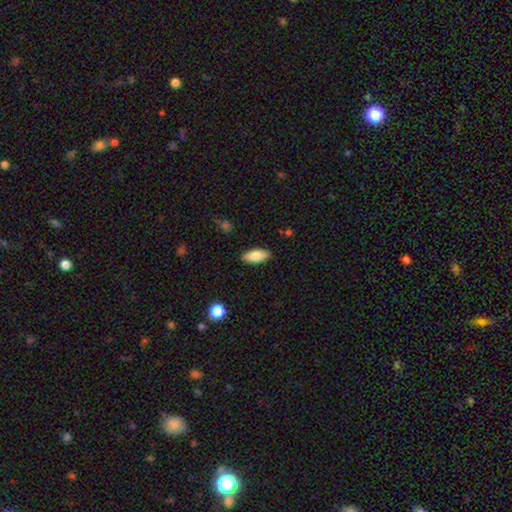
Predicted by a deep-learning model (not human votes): A smooth galaxy with no disk features (83%) that is in between round and cigar-shaped (85%). Merging: none (88%).